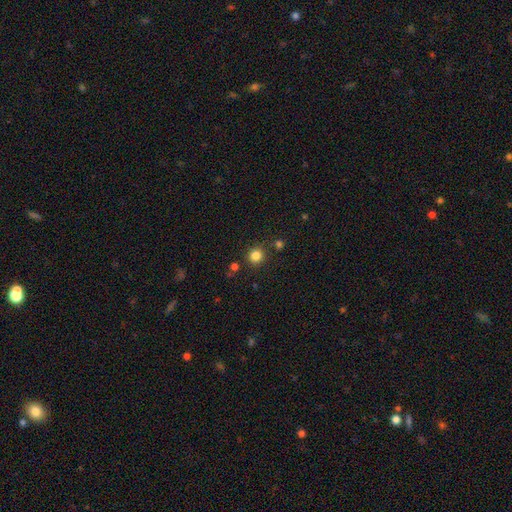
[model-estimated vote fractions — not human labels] Morphology: type=smooth (82%); roundness=round (93%); merging=none (85%).